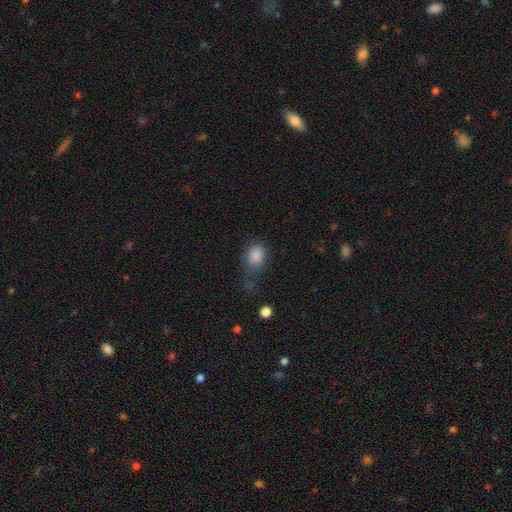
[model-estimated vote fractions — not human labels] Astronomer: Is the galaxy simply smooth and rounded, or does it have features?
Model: smooth — 85%.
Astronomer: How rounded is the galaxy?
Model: in between — 53% (runner-up: round, 45%).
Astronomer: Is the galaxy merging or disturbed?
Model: none — 57%.